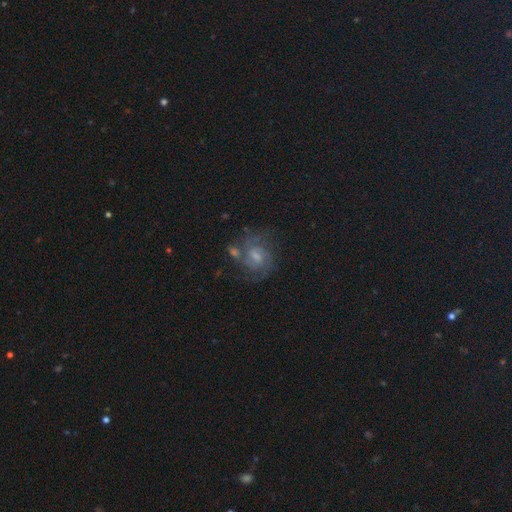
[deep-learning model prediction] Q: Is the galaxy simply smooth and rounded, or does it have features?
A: featured or disk — 70%.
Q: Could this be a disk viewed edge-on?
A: no — 97%.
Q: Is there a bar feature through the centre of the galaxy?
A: weak — 54%.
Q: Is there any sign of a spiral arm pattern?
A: yes — 89%.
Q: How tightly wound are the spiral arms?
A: medium — 46%.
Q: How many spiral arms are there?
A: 2 — 49%.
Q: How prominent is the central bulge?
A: small — 40%, tied with moderate.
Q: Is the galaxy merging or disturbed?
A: none — 57%.